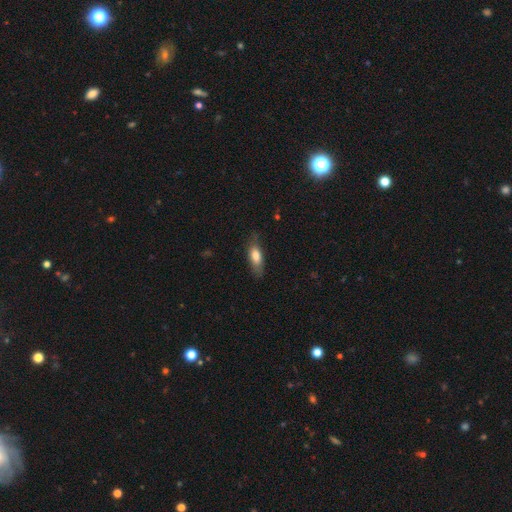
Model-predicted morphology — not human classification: The model was most divided on "how rounded": in between: 63%, cigar-shaped: 34%, round: 3%. More confident: smooth or featured — smooth (74%); merging — none (72%).